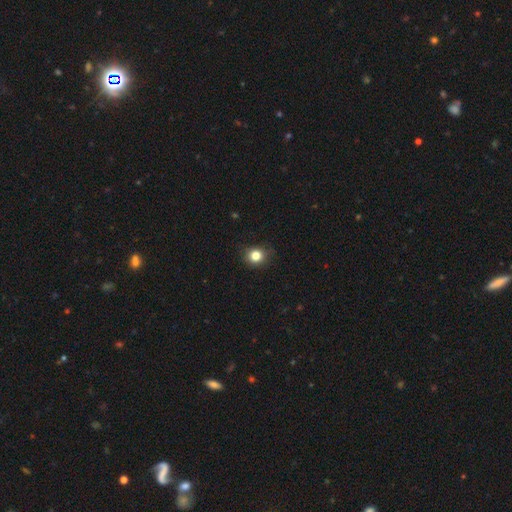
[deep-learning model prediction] A smooth galaxy with no disk features (83%) that is round (78%).

Vote fractions:
- Smooth or featured? smooth: 83% / star or artifact: 12% / featured or disk: 6%
- How rounded? round: 78% / in between: 21% / cigar-shaped: 1%
- Merging? none: 82% / minor disturbance: 14% / major disturbance: 3% / merger: 1%